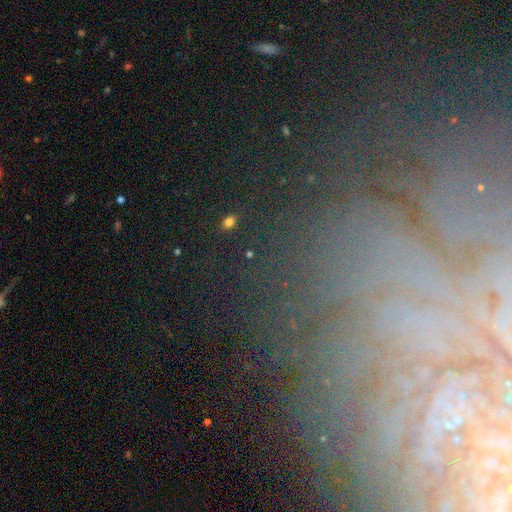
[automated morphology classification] Smooth or featured?
  - featured or disk: 55% *
  - star or artifact: 27%
  - smooth: 17%
Edge-on disk?
  - no: 86% *
  - yes: 14%
Merging?
  - none: 76% *
  - minor disturbance: 11%
  - major disturbance: 7%
  - merger: 5%